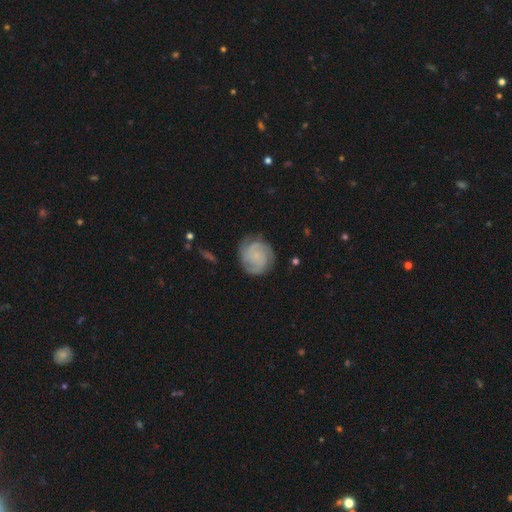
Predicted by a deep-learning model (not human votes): Smooth or featured? featured or disk (73%)
Edge-on disk? no (98%)
Bar? no (76%)
Spiral arms? yes (95%)
Spiral winding? tight (59%)
Spiral arm count? 2 (36%)
Bulge size? small (69%)
Merging? none (77%)